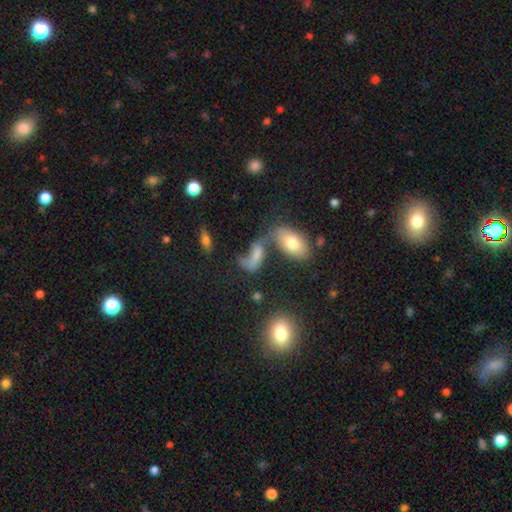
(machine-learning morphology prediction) This is possibly a smooth galaxy (49%). Merging: possibly merger (47%).